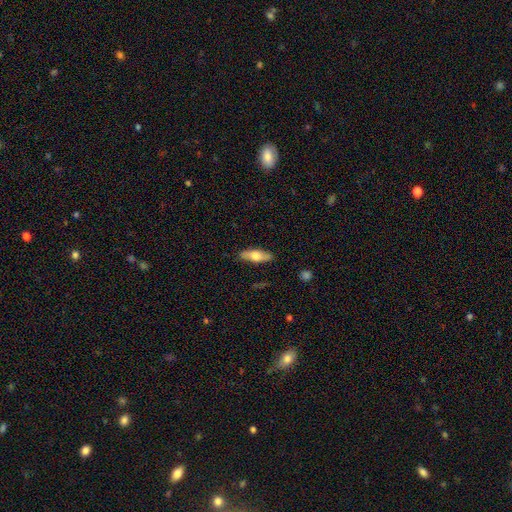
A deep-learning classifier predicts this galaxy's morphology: This is likely a smooth galaxy (61%). How rounded: possibly in between (60%). Merging: clearly none (86%).